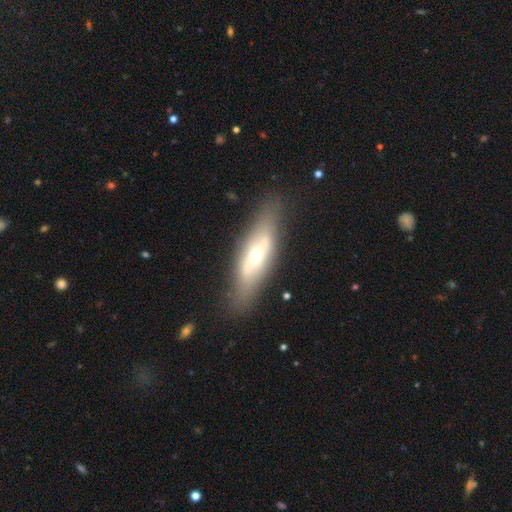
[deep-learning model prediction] This appears to be a featured or disk galaxy (55%). Merging: none (80%).